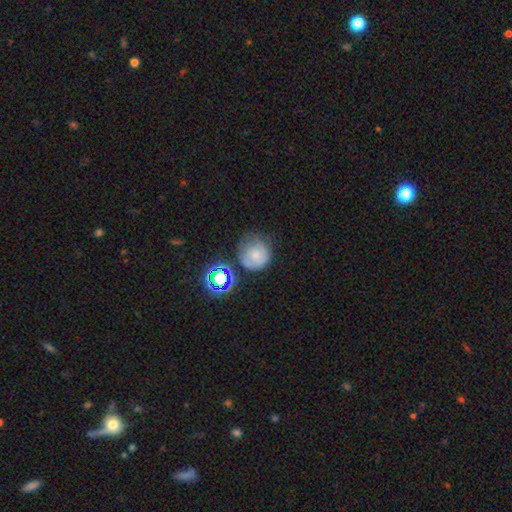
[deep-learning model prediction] A smooth galaxy with no disk features (59%) that is round (89%).

Vote fractions:
- Smooth or featured? smooth: 59% / featured or disk: 26% / star or artifact: 15%
- How rounded? round: 89% / in between: 11% / cigar-shaped: 1%
- Merging? none: 54% / minor disturbance: 27% / major disturbance: 11% / merger: 8%